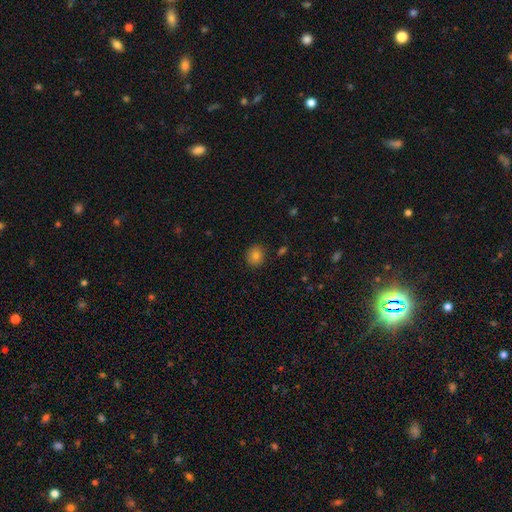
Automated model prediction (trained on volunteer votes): The model was most divided on "how rounded": round: 79%, in between: 20%, cigar-shaped: 1%. More confident: merging — none (87%); smooth or featured — smooth (81%).